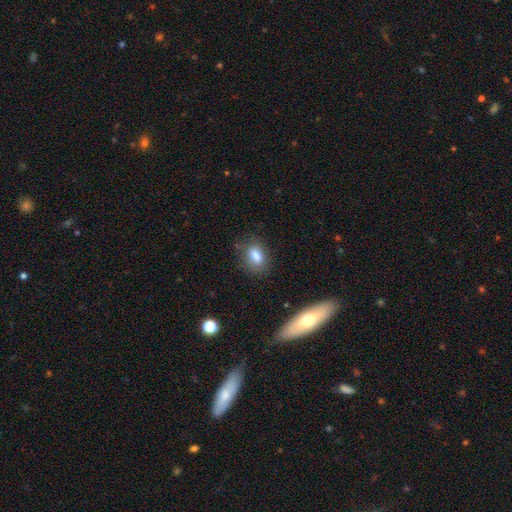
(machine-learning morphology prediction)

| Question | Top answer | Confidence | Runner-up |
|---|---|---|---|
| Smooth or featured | smooth | 82% | star or artifact (9%) |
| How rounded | in between | 81% | round (16%) |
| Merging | none | 77% | minor disturbance (16%) |